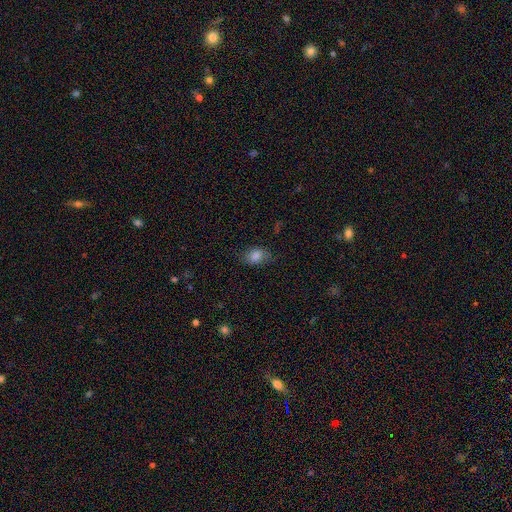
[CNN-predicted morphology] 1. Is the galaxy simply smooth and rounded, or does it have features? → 82% smooth, 10% star or artifact, 8% featured or disk.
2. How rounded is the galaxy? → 75% in between, 23% round, 2% cigar-shaped.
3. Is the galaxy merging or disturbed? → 75% none, 19% minor disturbance, 4% major disturbance, 1% merger.